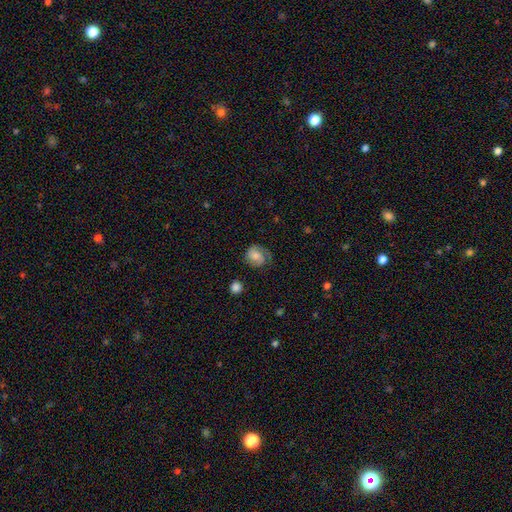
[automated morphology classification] smooth-or-featured: featured or disk: 54% | smooth: 38% | star or artifact: 8%
  disk-edge-on: no: 97% | yes: 3%
    bar: no: 60% | weak: 33% | strong: 7%
    has-spiral-arms: yes: 90% | no: 10%
    bulge-size: moderate: 47% | small: 32% | large: 10% | none: 10% | dominant: 2%
  merging: none: 62% | minor disturbance: 23% | major disturbance: 13% | merger: 2%